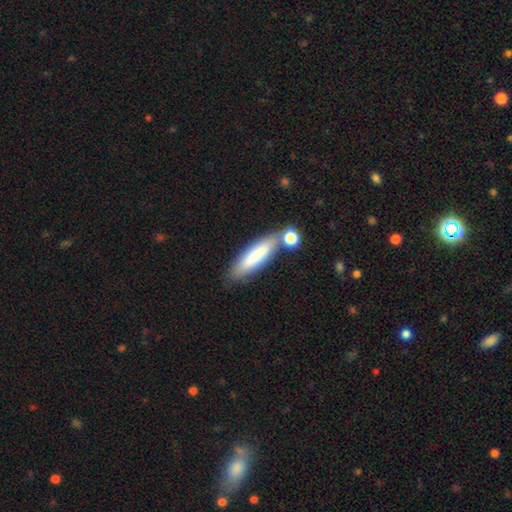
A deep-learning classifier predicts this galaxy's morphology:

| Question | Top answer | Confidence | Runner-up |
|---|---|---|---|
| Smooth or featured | smooth | 72% | featured or disk (22%) |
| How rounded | cigar-shaped | 68% | in between (30%) |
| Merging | none | 61% | merger (20%) |